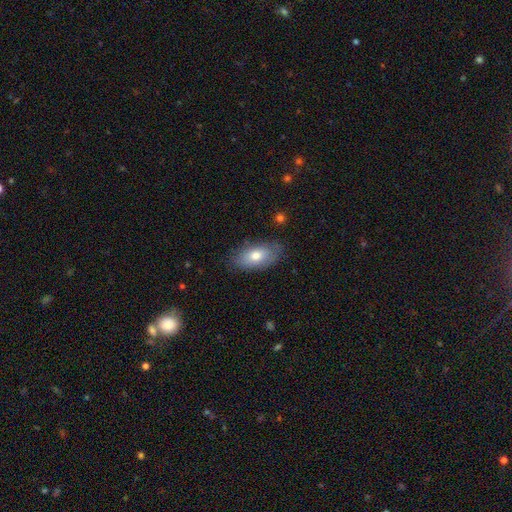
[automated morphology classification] Q: Smooth or featured?
A: smooth (72%); runner-up: featured or disk (21%)
Q: How rounded?
A: in between (91%); runner-up: cigar-shaped (5%)
Q: Merging?
A: none (80%); runner-up: minor disturbance (15%)